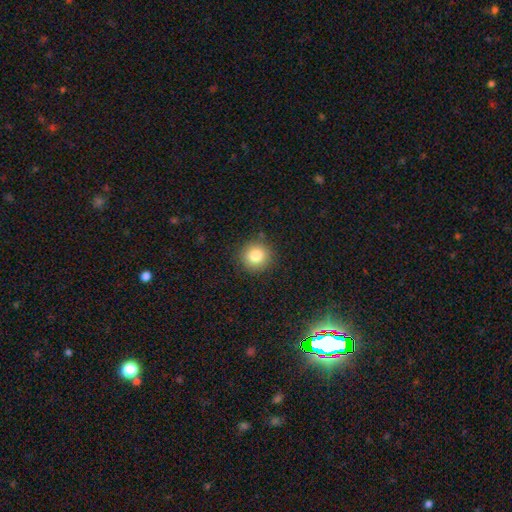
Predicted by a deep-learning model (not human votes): A smooth galaxy with no disk features (83%) that is round (92%). Merging: none (88%).